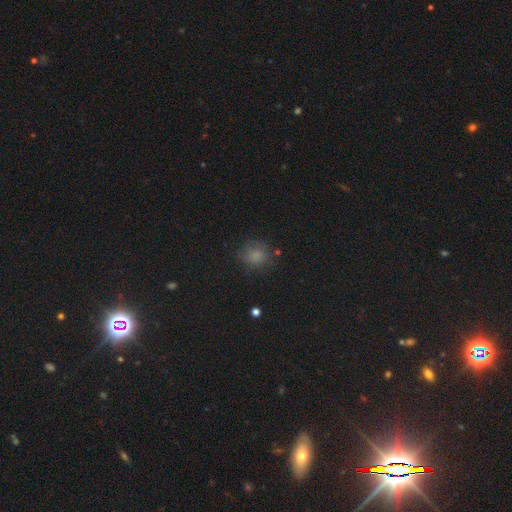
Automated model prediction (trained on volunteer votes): This appears to be a smooth galaxy with no disk features (78%) that is round (76%). Merging: none (72%).